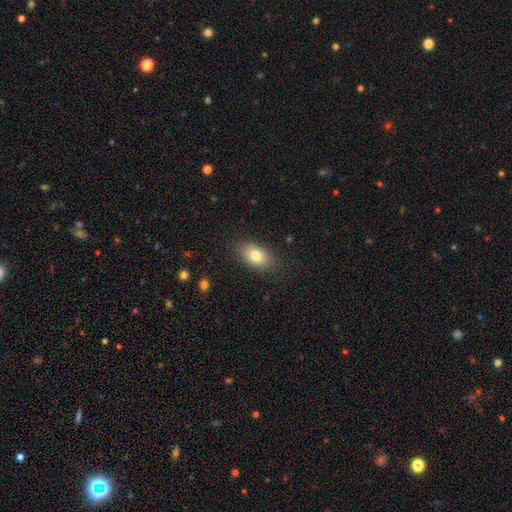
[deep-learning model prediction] A smooth galaxy with no disk features (79%) that is in between round and cigar-shaped (88%).

Vote fractions:
- Smooth or featured? smooth: 79% / featured or disk: 12% / star or artifact: 8%
- How rounded? in between: 88% / round: 10% / cigar-shaped: 2%
- Merging? none: 85% / minor disturbance: 11% / major disturbance: 3% / merger: 1%